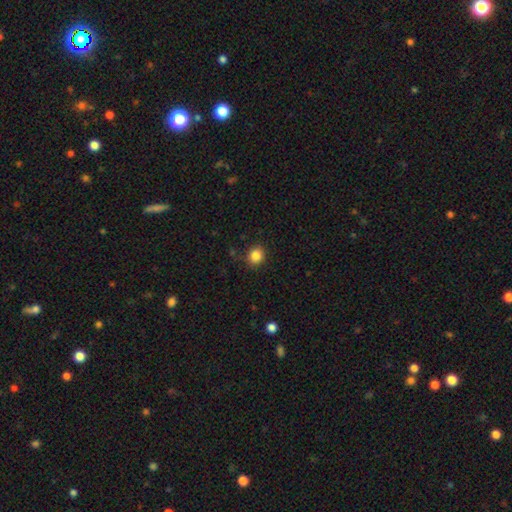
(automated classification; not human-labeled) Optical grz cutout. It shows a smooth galaxy with no disk features (85%) that is round (75%). Merging: none (86%).